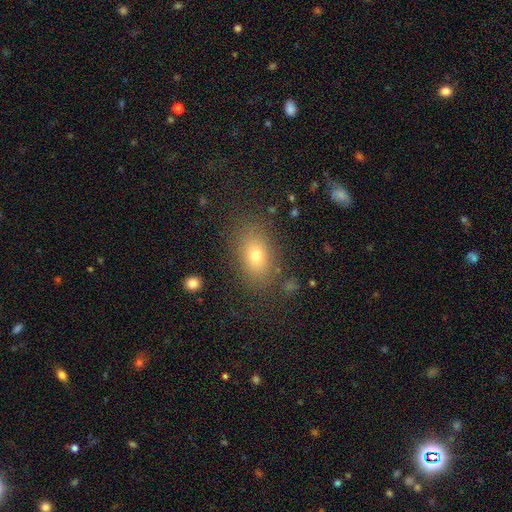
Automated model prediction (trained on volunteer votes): The model was most divided on "smooth or featured": smooth: 74%, featured or disk: 14%, star or artifact: 12%. More confident: merging — none (82%); how rounded — in between (82%).